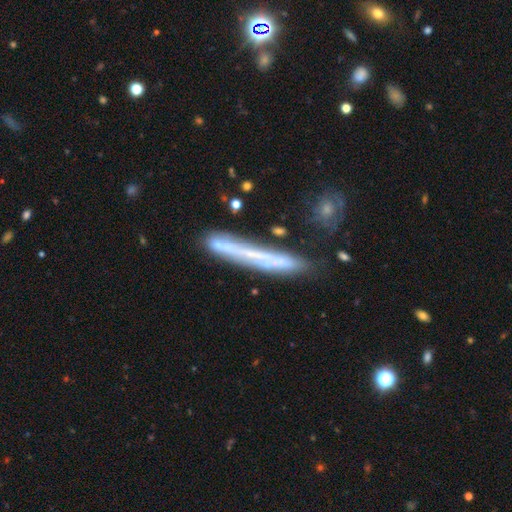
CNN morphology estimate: Smooth or featured: smooth — 49% (featured or disk — 42%)
Merging: none — 78% (minor disturbance — 14%)